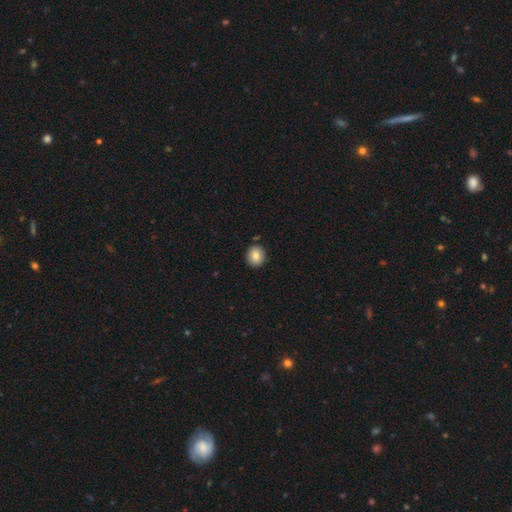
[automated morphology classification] This is clearly a smooth galaxy (84%). How rounded: likely round (78%). Merging: clearly none (87%).